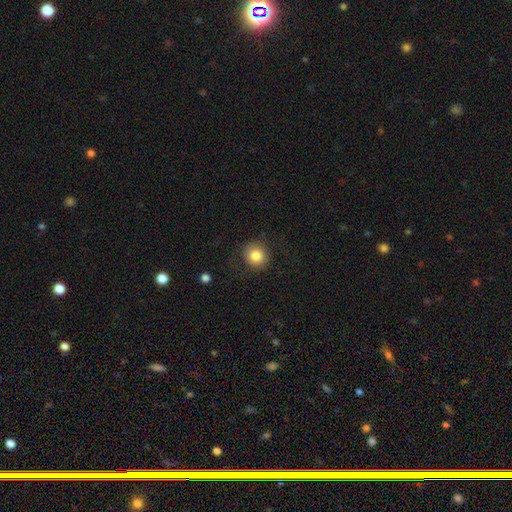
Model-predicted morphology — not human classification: type=smooth (84%); roundness=round (89%); merging=none (84%).